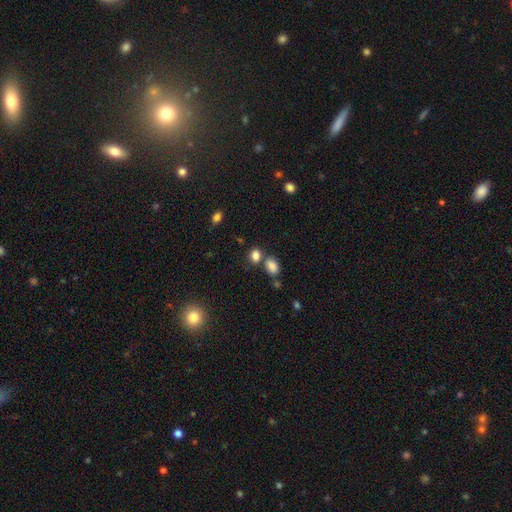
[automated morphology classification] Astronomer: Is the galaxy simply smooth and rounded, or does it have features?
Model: smooth — 84%.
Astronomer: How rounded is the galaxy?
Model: in between — 66%.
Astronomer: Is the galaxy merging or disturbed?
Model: none — 57%.